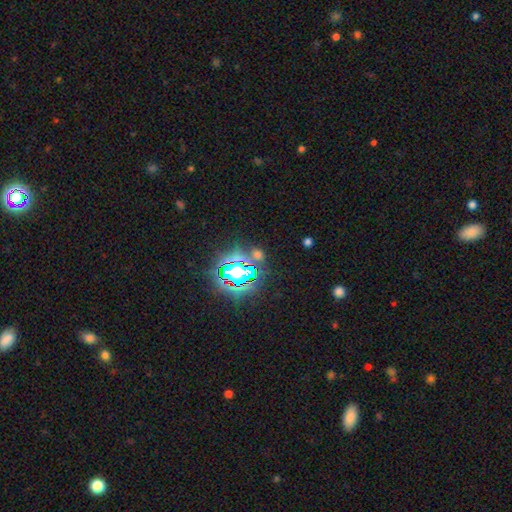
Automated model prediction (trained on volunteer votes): Smooth or featured?
  - star or artifact: 73% *
  - smooth: 18%
  - featured or disk: 9%